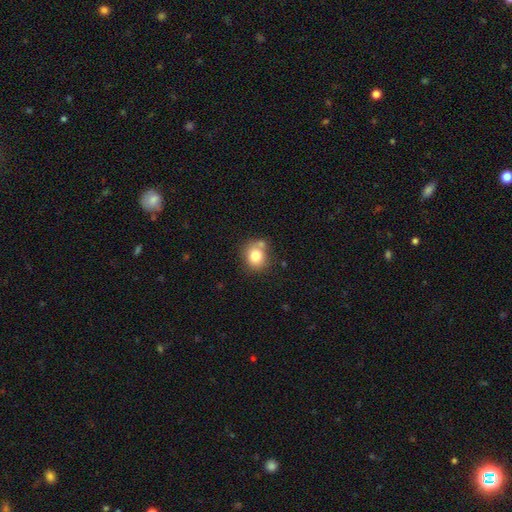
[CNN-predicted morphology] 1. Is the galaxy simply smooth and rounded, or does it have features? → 79% smooth, 10% star or artifact, 10% featured or disk.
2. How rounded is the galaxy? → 76% round, 23% in between, 1% cigar-shaped.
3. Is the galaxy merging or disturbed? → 62% none, 16% merger, 16% minor disturbance, 5% major disturbance.